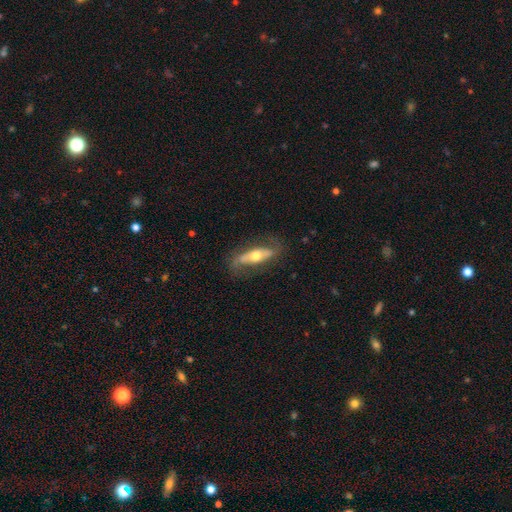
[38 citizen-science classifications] Morphology: type=featured or disk (58%); edge-on=no (73%); bar=no (75%); spiral arms=yes (50%, tied with no); winding=loose (75%); arm count=2 (88%); bulge=moderate (88%); merging=none (51%).